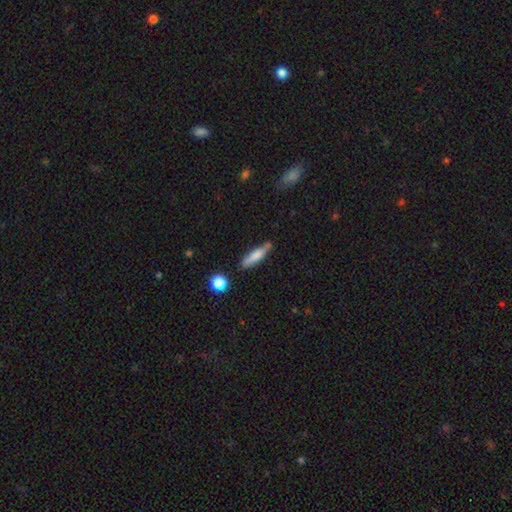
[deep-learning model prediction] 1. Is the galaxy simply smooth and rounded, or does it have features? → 68% smooth, 25% featured or disk, 7% star or artifact.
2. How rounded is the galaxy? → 75% cigar-shaped, 22% in between, 2% round.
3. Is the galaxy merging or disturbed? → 70% none, 20% minor disturbance, 6% merger, 4% major disturbance.